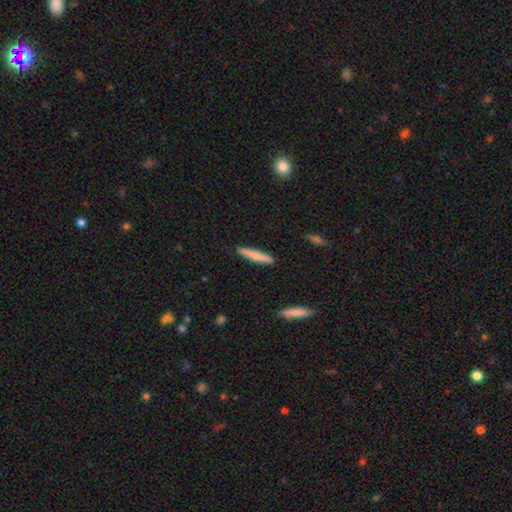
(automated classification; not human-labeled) Smooth or featured: smooth — 72% (featured or disk — 22%)
How rounded: cigar-shaped — 92% (in between — 7%)
Merging: none — 88% (minor disturbance — 9%)